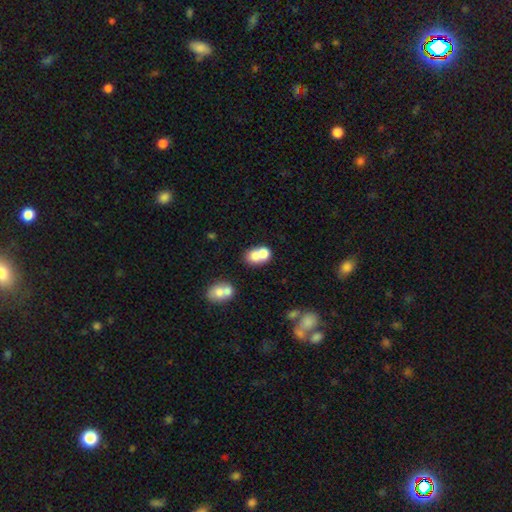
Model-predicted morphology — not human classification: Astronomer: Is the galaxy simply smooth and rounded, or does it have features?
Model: smooth — 70%.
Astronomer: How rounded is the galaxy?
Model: in between — 50% (runner-up: round, 49%).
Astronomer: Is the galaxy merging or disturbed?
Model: merger — 61%.